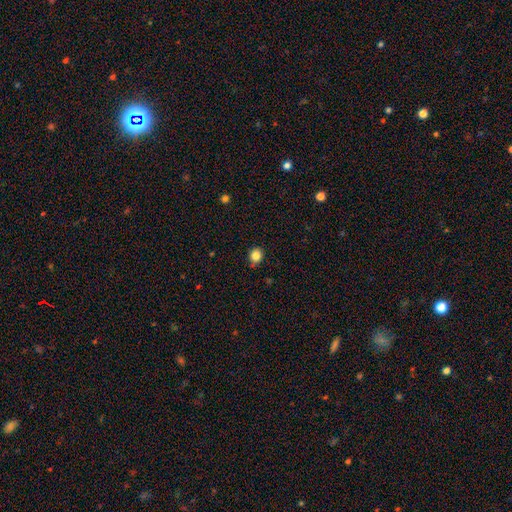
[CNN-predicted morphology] Overall: smooth (85%). How rounded: round (72%). Merging: none (82%).